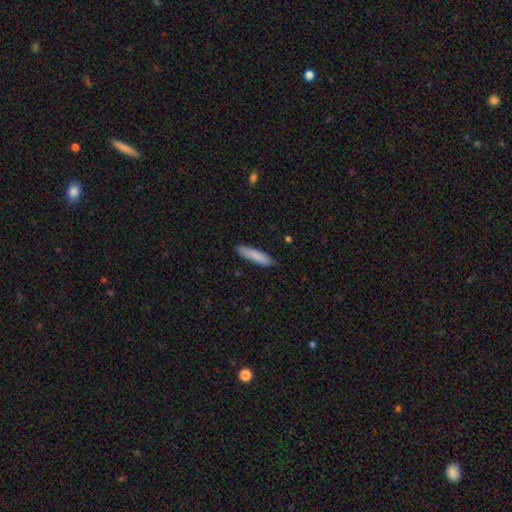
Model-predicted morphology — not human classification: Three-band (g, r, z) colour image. It shows a smooth galaxy with no disk features (85%) that is cigar-shaped (82%). Merging: none (86%).